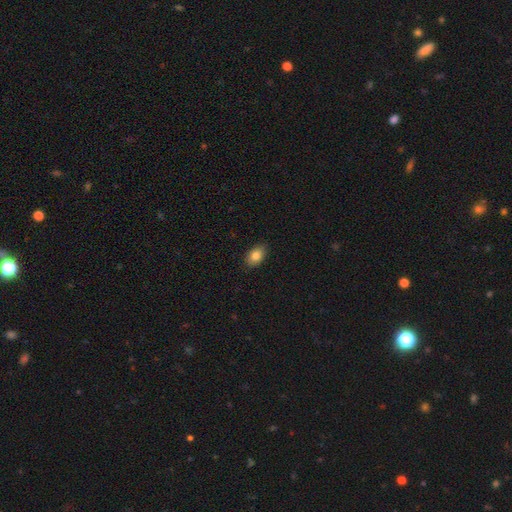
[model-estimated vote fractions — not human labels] smooth-or-featured: smooth: 83% | featured or disk: 9% | star or artifact: 8%
  how-rounded: in between: 87% | round: 11% | cigar-shaped: 2%
  merging: none: 87% | minor disturbance: 10% | major disturbance: 2% | merger: 1%